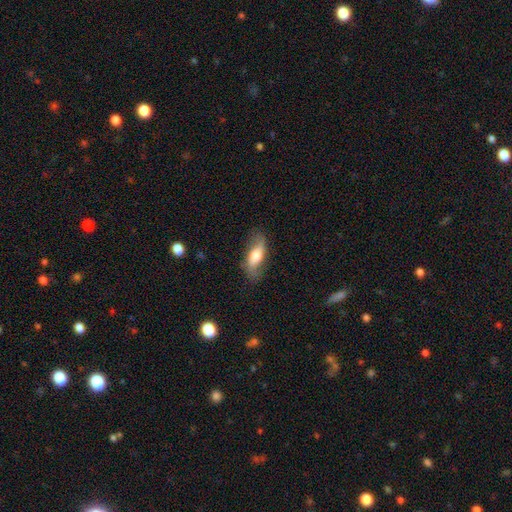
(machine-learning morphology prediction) Smooth or featured? smooth (47%)
Merging? none (71%)